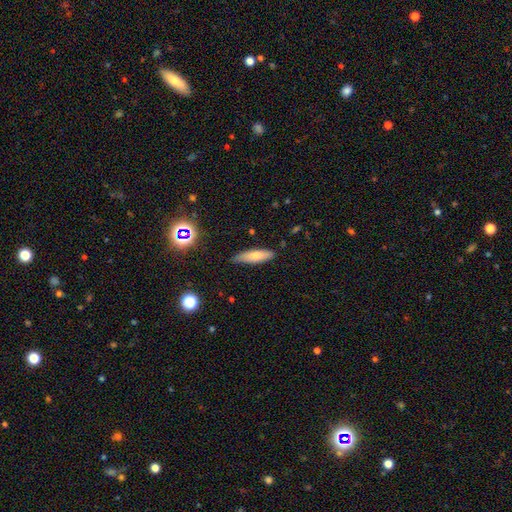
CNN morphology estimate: This appears to be a smooth galaxy with no disk features (73%) that is cigar-shaped (63%). Merging: none (81%).